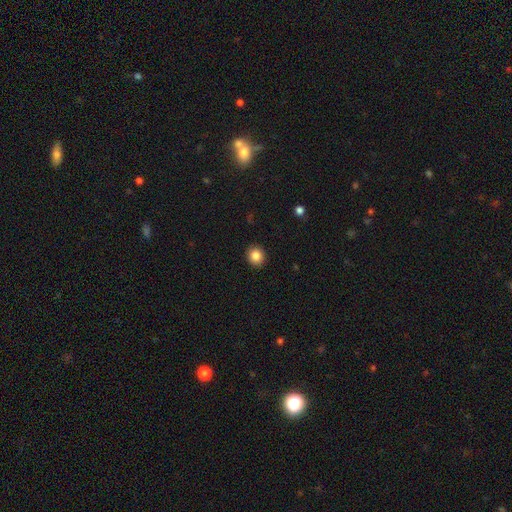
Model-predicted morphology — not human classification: Smooth or featured?
  - smooth: 86% *
  - star or artifact: 10%
  - featured or disk: 4%
How rounded?
  - round: 85% *
  - in between: 14%
  - cigar-shaped: 1%
Merging?
  - none: 92% *
  - minor disturbance: 5%
  - major disturbance: 2%
  - merger: 1%